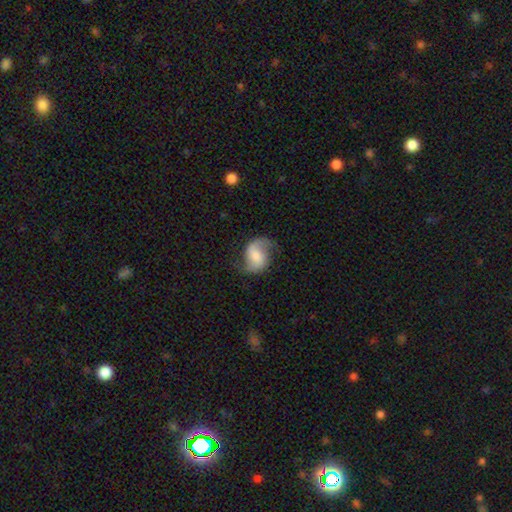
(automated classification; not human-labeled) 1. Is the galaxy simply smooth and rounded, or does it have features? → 73% featured or disk, 21% smooth, 7% star or artifact.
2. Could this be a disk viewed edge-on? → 98% no, 2% yes.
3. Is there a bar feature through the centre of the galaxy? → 43% no, 42% weak, 15% strong.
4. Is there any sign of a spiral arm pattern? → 94% yes, 6% no.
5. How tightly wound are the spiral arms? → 57% loose, 33% medium, 9% tight.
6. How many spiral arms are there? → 89% 2, 5% 1, 3% can't tell, 1% 3, 1% 4, 1% more than 4.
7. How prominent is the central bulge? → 37% moderate, 31% small, 15% none, 14% large, 3% dominant.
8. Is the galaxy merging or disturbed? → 68% none, 19% minor disturbance, 11% major disturbance, 2% merger.